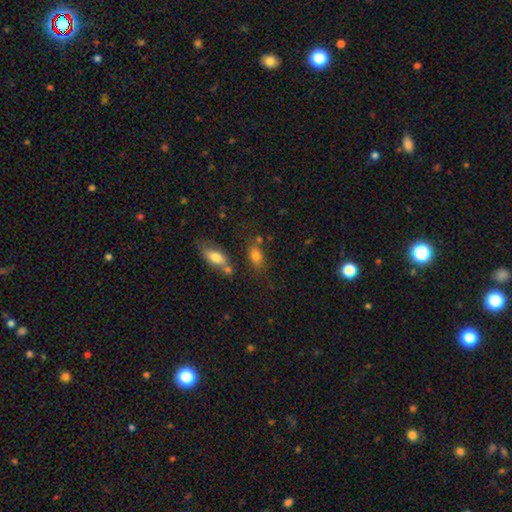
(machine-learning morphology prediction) smooth_or_featured: smooth (p=0.78) [alt: featured or disk p=0.12]
how_rounded: in between (p=0.82) [alt: round p=0.13]
merging: none (p=0.61) [alt: merger p=0.17]